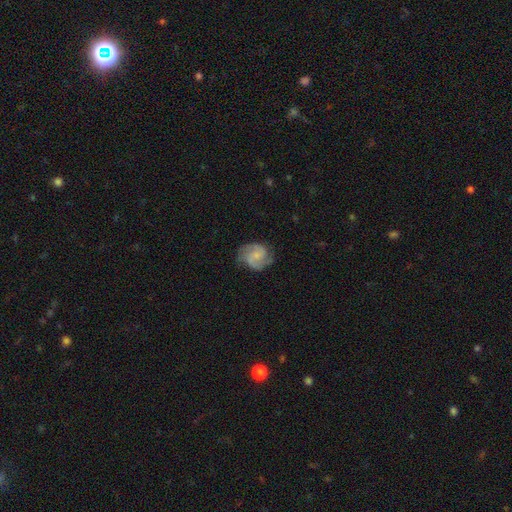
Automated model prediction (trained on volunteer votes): The model was most divided on "bar": no: 51%, weak: 42%, strong: 8%. More confident: edge-on disk — no (98%); spiral arms — yes (95%); spiral arm count — 2 (82%); smooth or featured — featured or disk (75%); merging — none (72%); bulge size — small (56%); spiral winding — medium (52%).